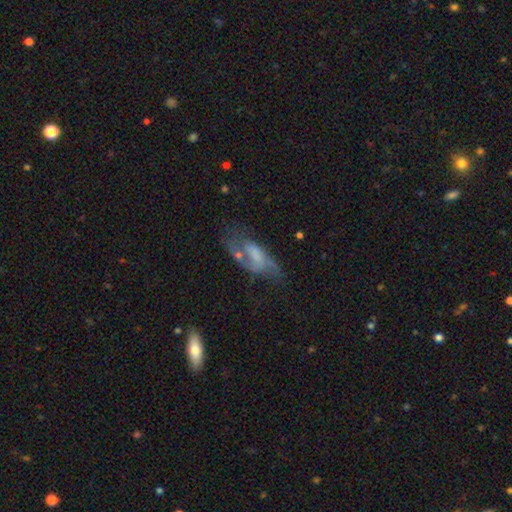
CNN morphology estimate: featured or disk 63%, smooth 28%, star or artifact 9%. Down the decision tree: edge-on disk — no (91%); bar — no (48%); spiral arms — yes (76%); bulge size — none (40%); merging — none (39%).